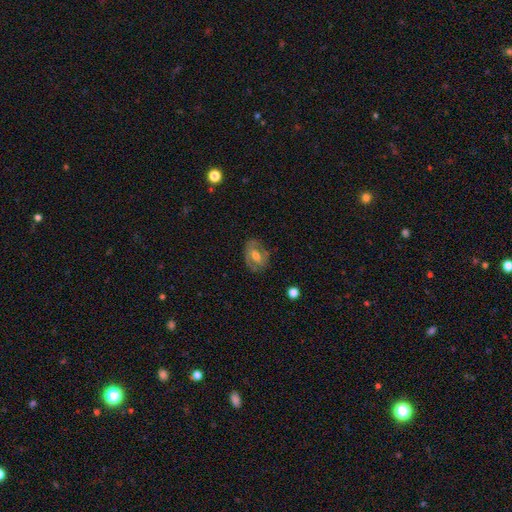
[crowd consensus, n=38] Volunteers were most divided on "smooth or featured": smooth: 58%, featured or disk: 37%, star or artifact: 5%. More confident: how rounded — in between (73%); merging — none (64%).